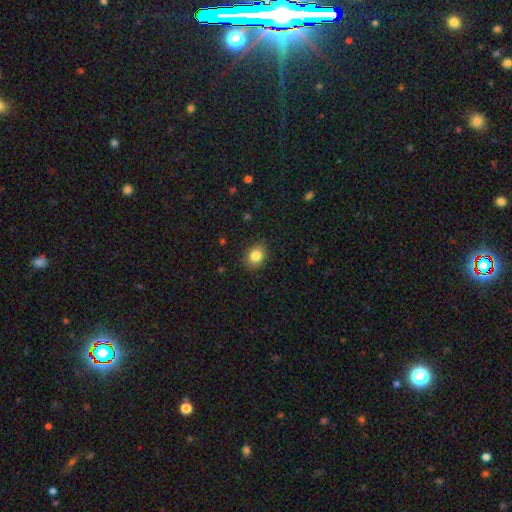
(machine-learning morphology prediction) A smooth galaxy with no disk features (84%) that is round (57%).

Vote fractions:
- Smooth or featured? smooth: 84% / star or artifact: 10% / featured or disk: 6%
- How rounded? round: 57% / in between: 42% / cigar-shaped: 1%
- Merging? none: 88% / minor disturbance: 9% / major disturbance: 2% / merger: 1%